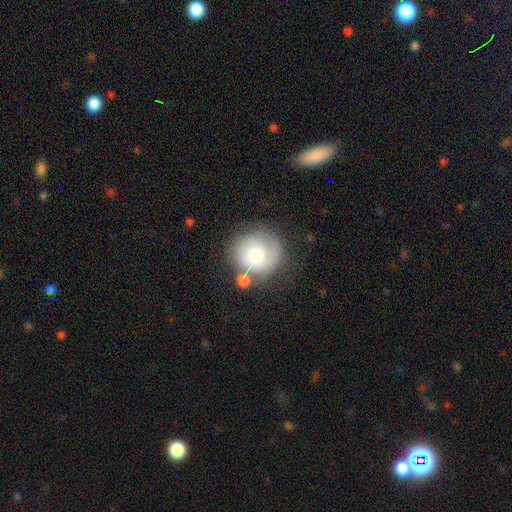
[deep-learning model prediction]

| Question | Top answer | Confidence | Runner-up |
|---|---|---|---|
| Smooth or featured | smooth | 57% | featured or disk (35%) |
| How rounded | round | 91% | in between (8%) |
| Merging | none | 61% | minor disturbance (18%) |